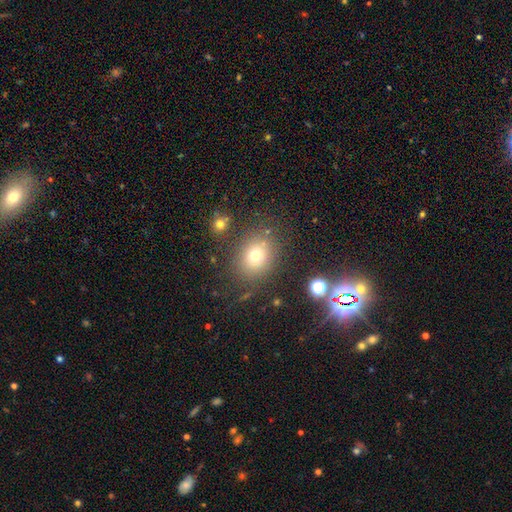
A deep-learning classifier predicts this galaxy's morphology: This appears to be a smooth galaxy with no disk features (73%) that is round (61%). Merging: none (78%).